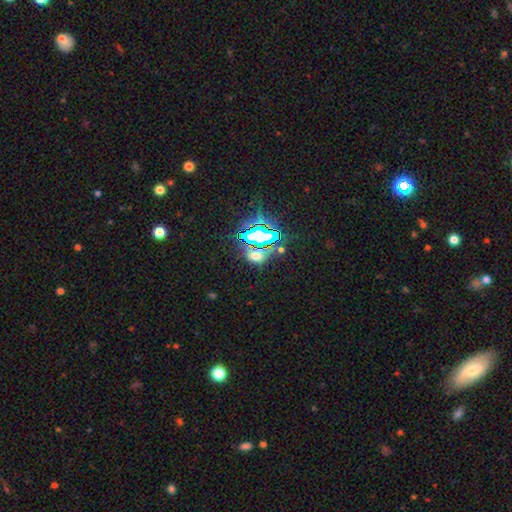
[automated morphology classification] Q: Smooth or featured?
A: star or artifact (55%); runner-up: smooth (36%)